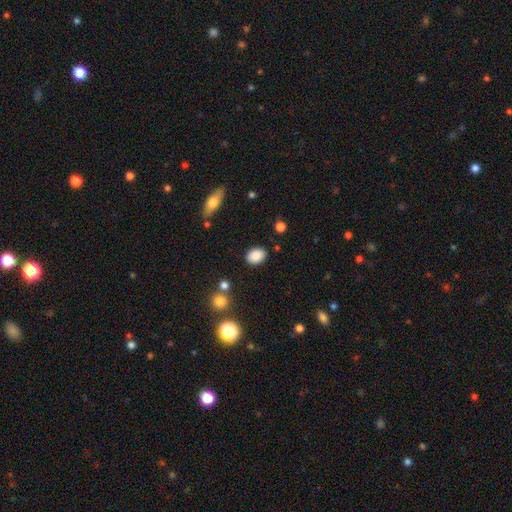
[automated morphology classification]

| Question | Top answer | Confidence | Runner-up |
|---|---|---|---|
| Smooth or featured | smooth | 87% | star or artifact (8%) |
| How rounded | in between | 74% | round (25%) |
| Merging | none | 85% | minor disturbance (10%) |